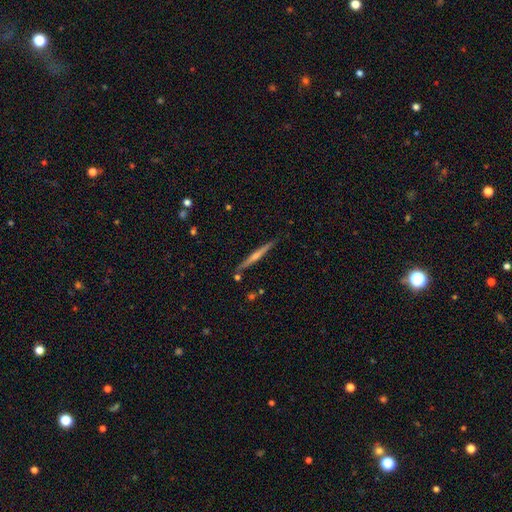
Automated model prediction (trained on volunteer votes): Overall: featured or disk (76%). Edge-on disk: yes (98%). Edge-on bulge: rounded (76%). Merging: none (89%).